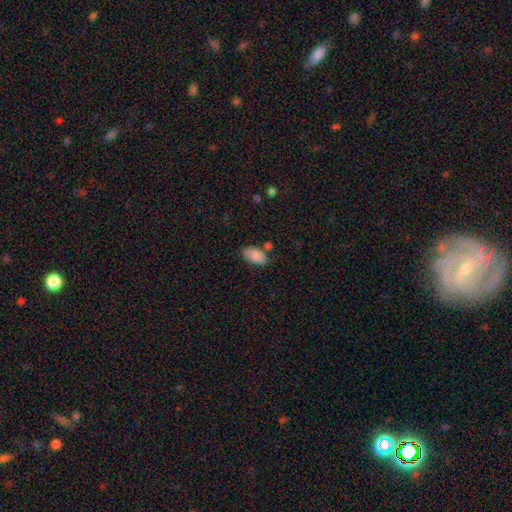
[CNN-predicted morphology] Q: Smooth or featured?
A: smooth (86%); runner-up: star or artifact (7%)
Q: How rounded?
A: in between (94%); runner-up: round (4%)
Q: Merging?
A: none (63%); runner-up: minor disturbance (22%)